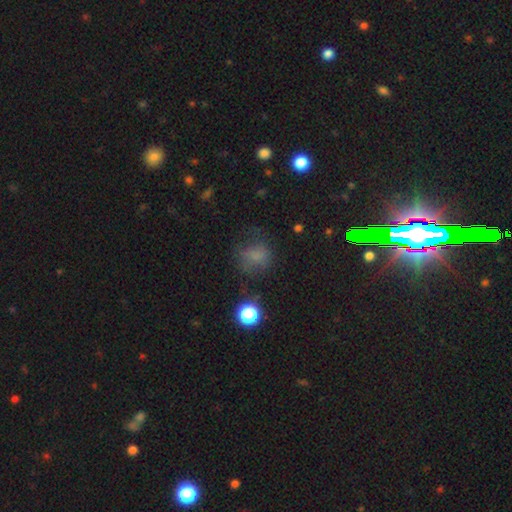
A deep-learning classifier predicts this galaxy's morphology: smooth_or_featured: smooth (p=0.66) [alt: star or artifact p=0.21]
how_rounded: round (p=0.70) [alt: in between p=0.29]
merging: none (p=0.58) [alt: minor disturbance p=0.22]